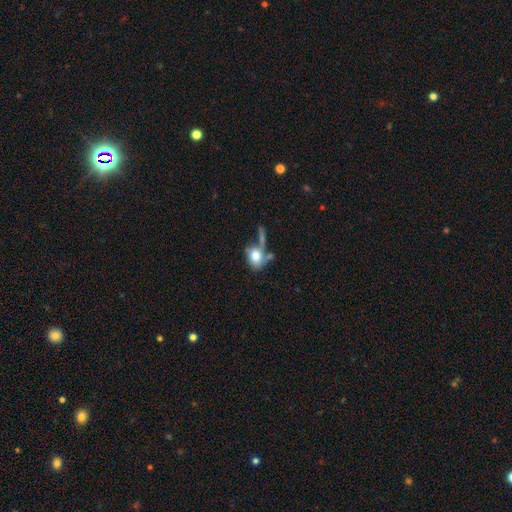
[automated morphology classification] type=smooth (74%); roundness=in between (61%); merging=none (35%).